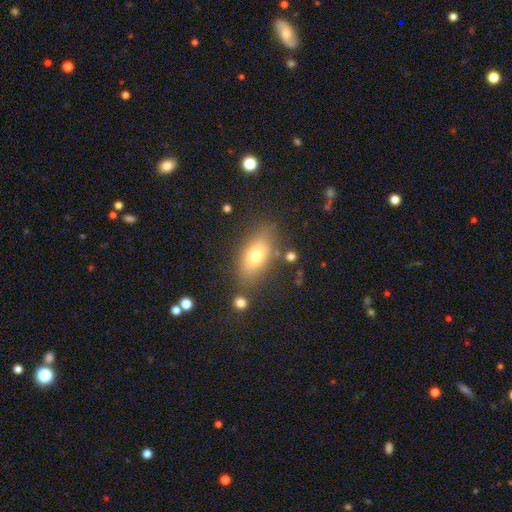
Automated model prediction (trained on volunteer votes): smooth 70%, featured or disk 20%, star or artifact 10%. Down the decision tree: how rounded — in between (84%); merging — none (76%).